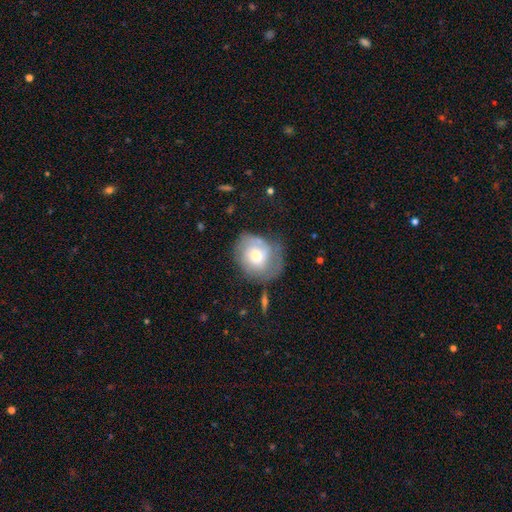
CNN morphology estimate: smooth_or_featured: smooth (p=0.47) [alt: featured or disk p=0.45]
merging: none (p=0.50) [alt: minor disturbance p=0.29]